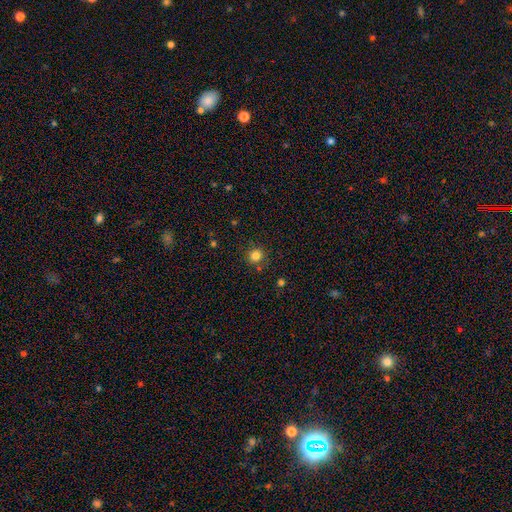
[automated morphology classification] smooth_or_featured: smooth (p=0.82) [alt: star or artifact p=0.13]
how_rounded: round (p=0.90) [alt: in between p=0.09]
merging: none (p=0.85) [alt: minor disturbance p=0.09]